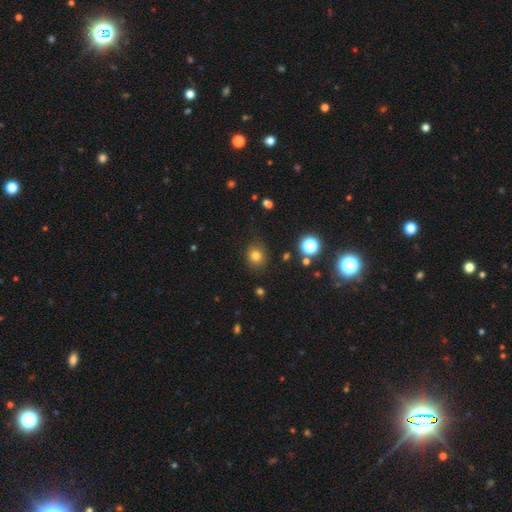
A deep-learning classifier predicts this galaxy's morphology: Overall: smooth (78%). How rounded: round (75%). Merging: none (84%).